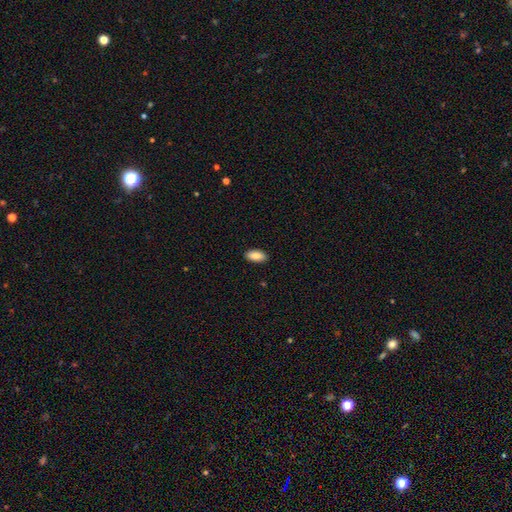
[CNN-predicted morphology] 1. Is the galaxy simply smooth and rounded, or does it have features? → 86% smooth, 7% featured or disk, 7% star or artifact.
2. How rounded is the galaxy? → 92% in between, 5% cigar-shaped, 2% round.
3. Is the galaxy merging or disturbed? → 90% none, 7% minor disturbance, 2% major disturbance, 1% merger.